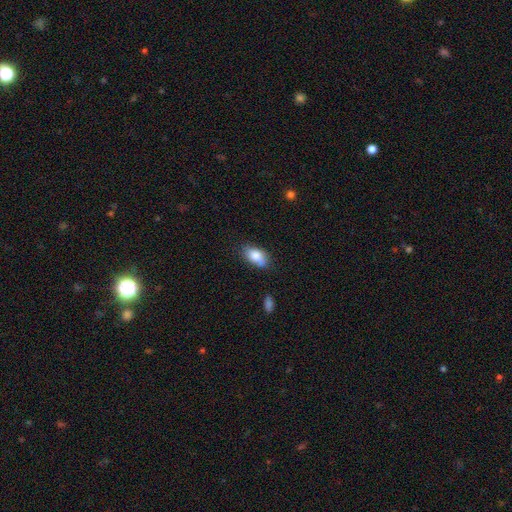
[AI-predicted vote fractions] Smooth or featured? smooth (83%)
How rounded? in between (90%)
Merging? none (73%)